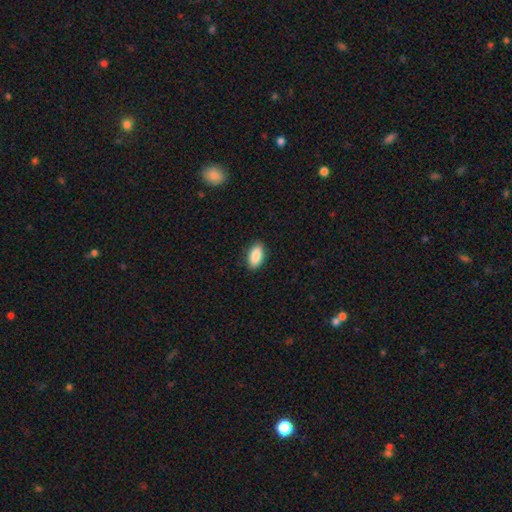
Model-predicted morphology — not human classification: Q: Smooth or featured?
A: smooth (89%); runner-up: star or artifact (7%)
Q: How rounded?
A: in between (91%); runner-up: cigar-shaped (5%)
Q: Merging?
A: none (89%); runner-up: minor disturbance (8%)